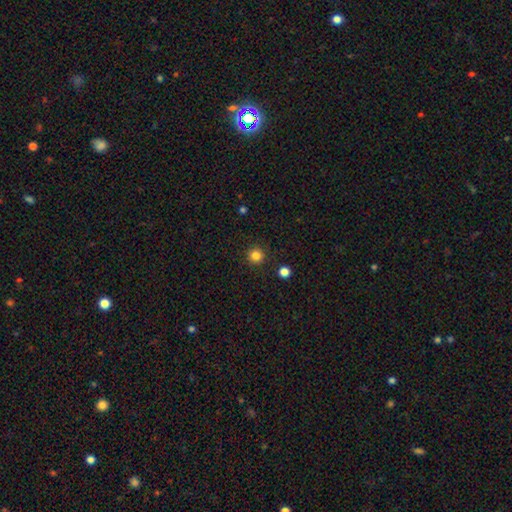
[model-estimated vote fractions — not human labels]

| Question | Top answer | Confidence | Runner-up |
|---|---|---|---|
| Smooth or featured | smooth | 84% | star or artifact (12%) |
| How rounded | round | 95% | in between (4%) |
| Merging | none | 91% | minor disturbance (5%) |